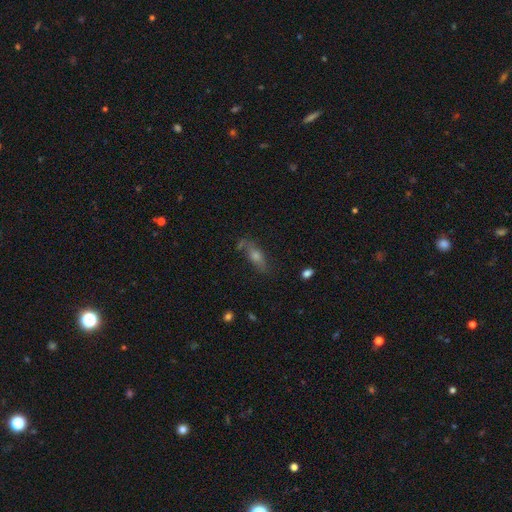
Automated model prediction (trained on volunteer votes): Smooth or featured: smooth — 44% (featured or disk — 39%)
Merging: none — 65% (minor disturbance — 20%)